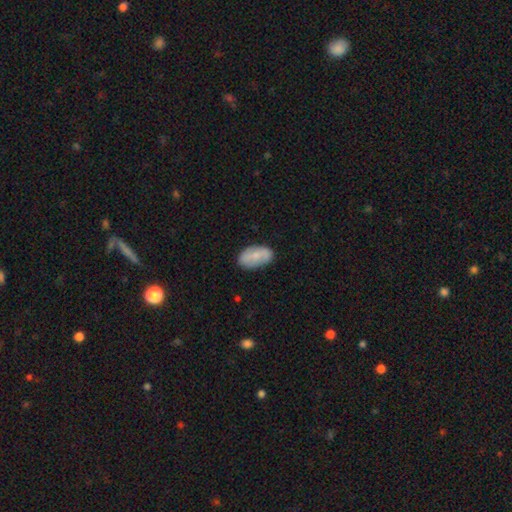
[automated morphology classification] This appears to be a smooth galaxy with no disk features (65%) that is in between round and cigar-shaped (93%). Merging: none (80%).